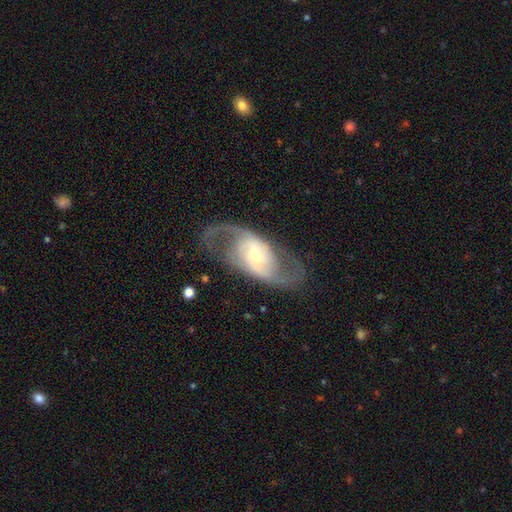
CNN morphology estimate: Smooth or featured? featured or disk (84%)
Edge-on disk? no (93%)
Bar? weak (41%)
Spiral arms? yes (89%)
Spiral winding? medium (48%)
Spiral arm count? 2 (89%)
Bulge size? moderate (46%)
Merging? none (74%)